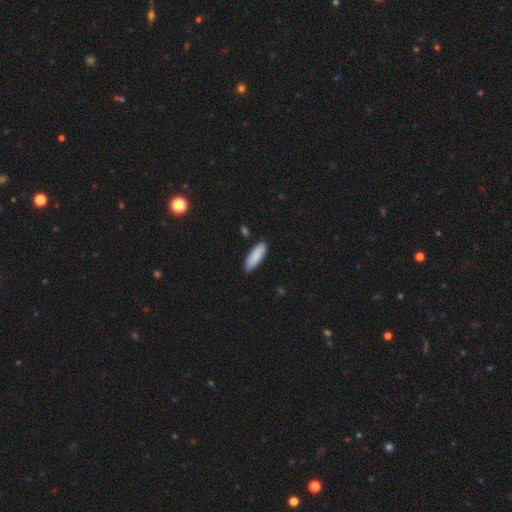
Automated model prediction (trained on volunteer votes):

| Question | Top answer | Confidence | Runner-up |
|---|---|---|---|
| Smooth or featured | smooth | 89% | featured or disk (6%) |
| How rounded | in between | 59% | cigar-shaped (40%) |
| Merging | none | 87% | minor disturbance (10%) |